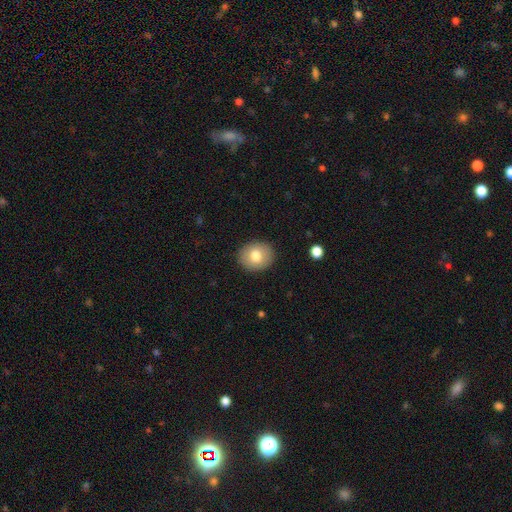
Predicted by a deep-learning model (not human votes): A smooth galaxy with no disk features (77%) that is round (66%). Merging: none (90%).